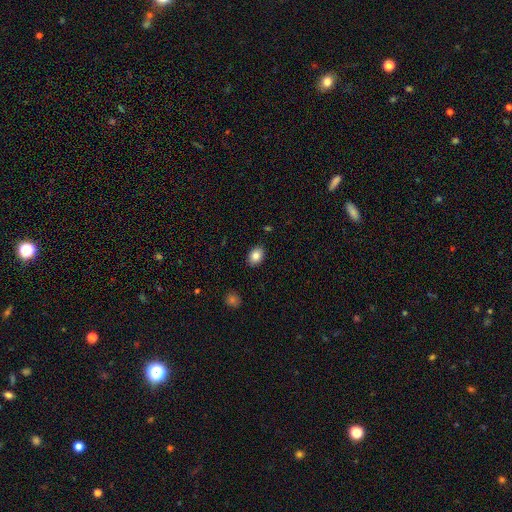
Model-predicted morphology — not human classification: The model was most divided on "how rounded": in between: 76%, round: 23%, cigar-shaped: 1%. More confident: merging — none (88%); smooth or featured — smooth (84%).